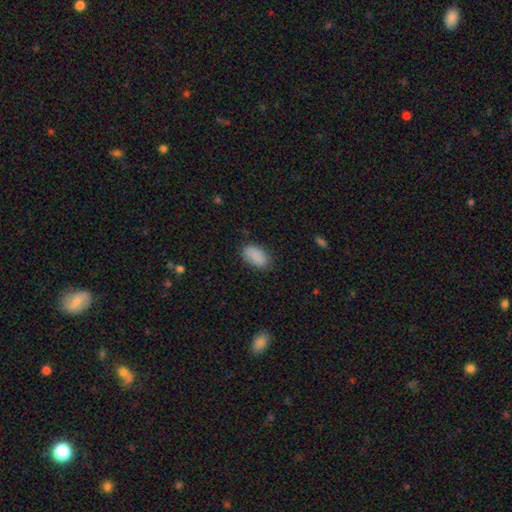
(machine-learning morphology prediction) A smooth galaxy with no disk features (89%) that is in between round and cigar-shaped (93%).

Vote fractions:
- Smooth or featured? smooth: 89% / star or artifact: 7% / featured or disk: 4%
- How rounded? in between: 93% / round: 5% / cigar-shaped: 2%
- Merging? none: 82% / minor disturbance: 13% / major disturbance: 3% / merger: 1%